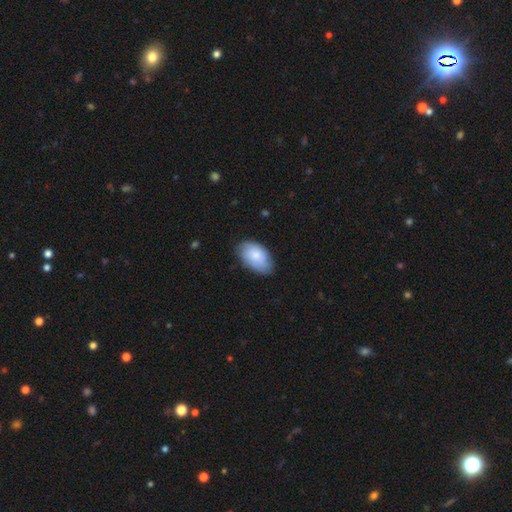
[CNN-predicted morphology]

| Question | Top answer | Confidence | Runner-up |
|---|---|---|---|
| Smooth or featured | smooth | 77% | featured or disk (17%) |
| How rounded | in between | 93% | round (6%) |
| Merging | none | 74% | minor disturbance (22%) |